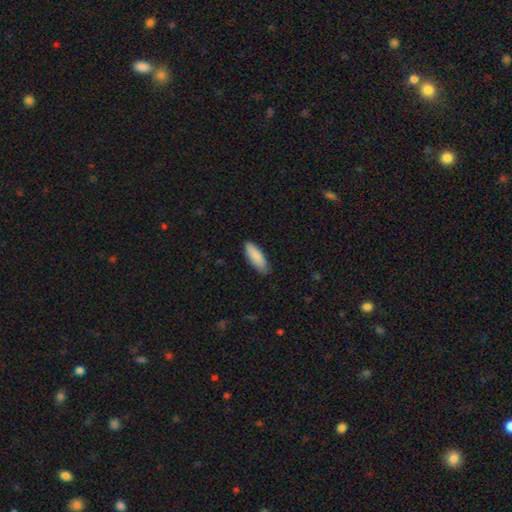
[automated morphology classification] type=smooth (88%); roundness=in between (62%); merging=none (86%).